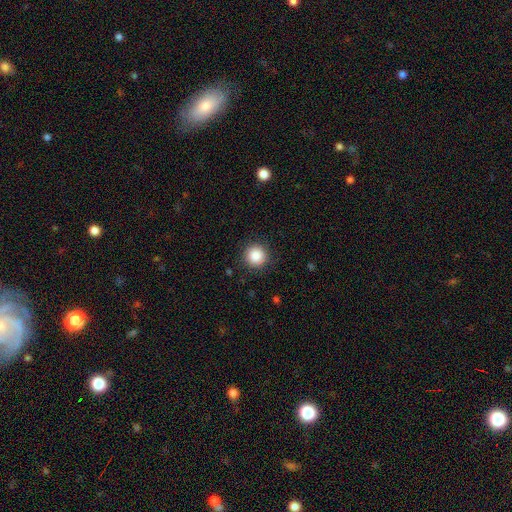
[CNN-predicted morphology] A smooth galaxy with no disk features (87%) that is round (95%). Merging: none (90%).